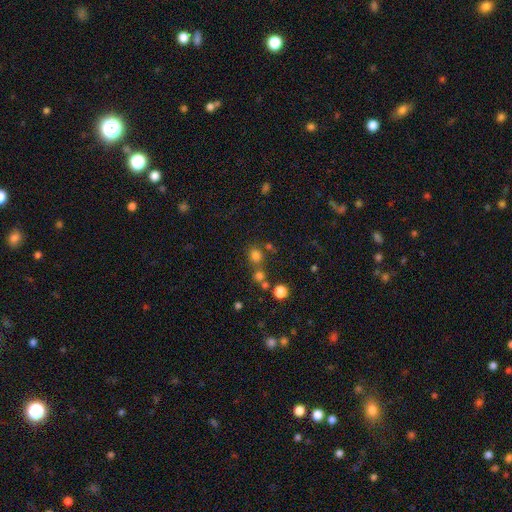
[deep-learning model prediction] Morphology: type=smooth (72%); roundness=round (83%); merging=none (66%).